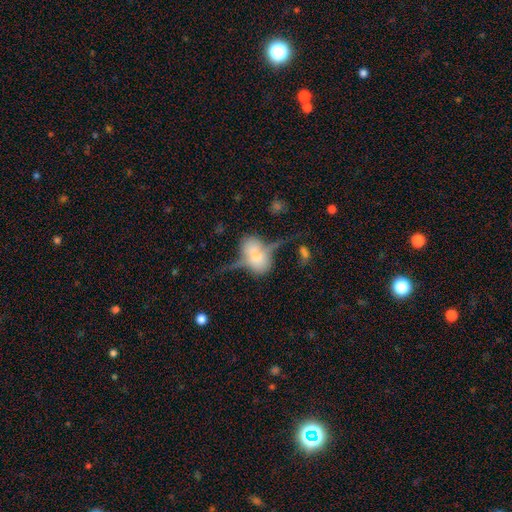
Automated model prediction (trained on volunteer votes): Smooth or featured?
  - featured or disk: 57% *
  - smooth: 34%
  - star or artifact: 9%
Edge-on disk?
  - yes: 50% * (tied)
  - no: 50% * (tied)
Merging?
  - major disturbance: 32% * (tied)
  - none: 32% * (tied)
  - minor disturbance: 22%
  - merger: 15%